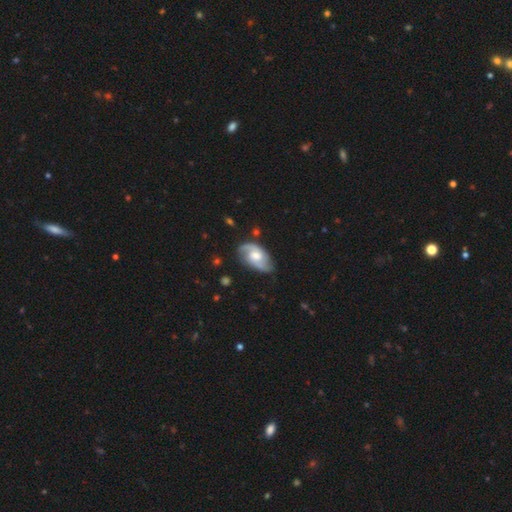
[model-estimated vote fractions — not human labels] Overall: featured or disk (79%). Edge-on disk: no (96%). Bar: no (52%; weak 41%). Spiral arms: yes (95%). Spiral arm count: 2 (86%). Spiral winding: medium (48%; loose 29%). Bulge size: moderate (63%). Merging: none (74%).